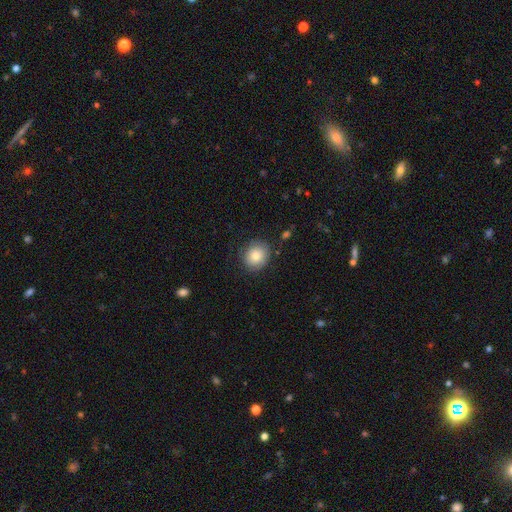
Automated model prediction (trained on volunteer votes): smooth 77%, featured or disk 14%, star or artifact 9%. Down the decision tree: how rounded — round (82%); merging — none (80%).